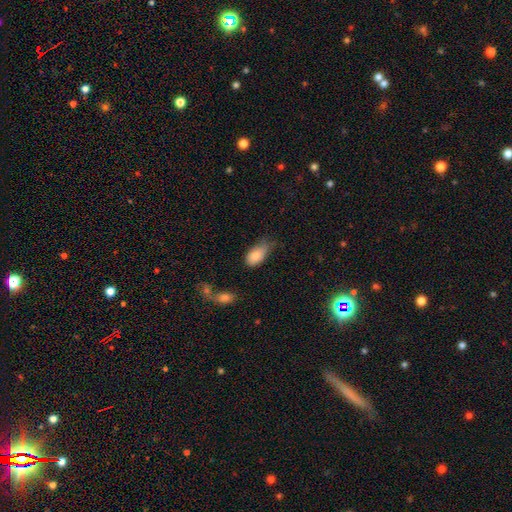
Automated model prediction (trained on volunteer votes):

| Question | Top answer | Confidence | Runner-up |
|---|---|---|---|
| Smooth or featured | smooth | 82% | featured or disk (10%) |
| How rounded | in between | 92% | round (5%) |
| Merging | minor disturbance | 45% | none (35%) |